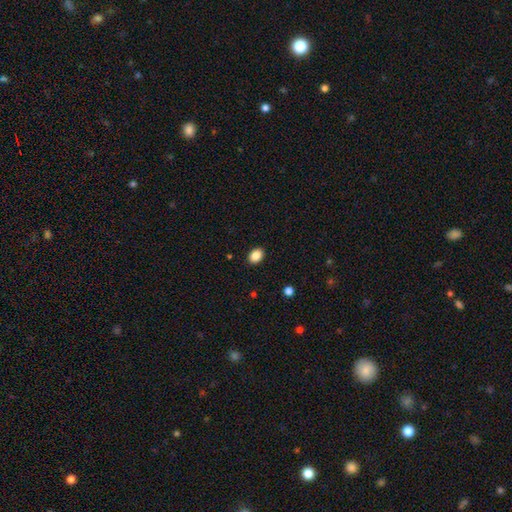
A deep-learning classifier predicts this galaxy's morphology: A smooth galaxy with no disk features (87%) that is in between round and cigar-shaped (72%). Merging: none (90%).